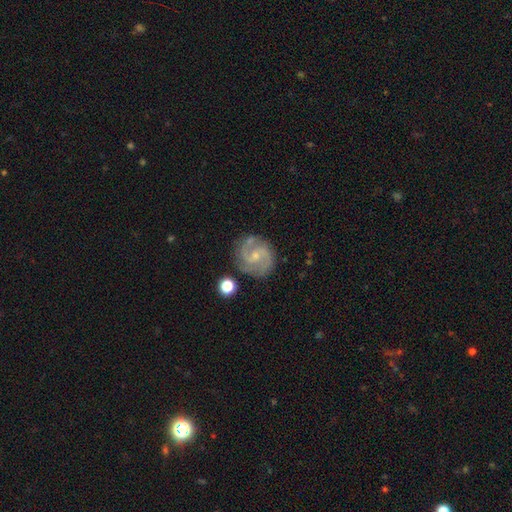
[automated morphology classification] Overall: featured or disk (87%). Edge-on disk: no (98%). Bar: no (49%; weak 43%). Spiral arms: yes (98%). Spiral arm count: 2 (73%). Spiral winding: medium (52%; tight 36%). Bulge size: small (69%). Merging: none (79%).